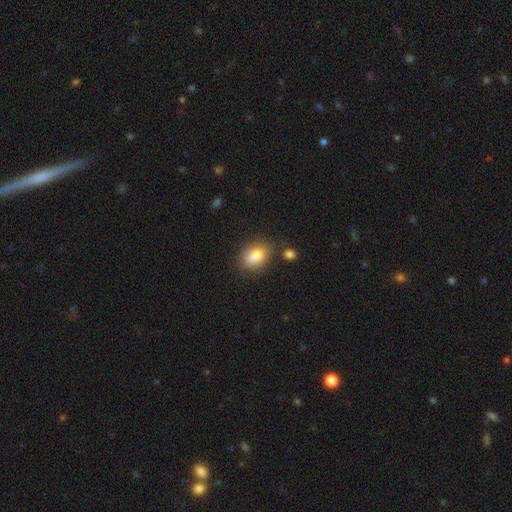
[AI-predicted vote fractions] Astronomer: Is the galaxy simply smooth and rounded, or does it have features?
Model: smooth — 82%.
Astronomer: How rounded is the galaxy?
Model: in between — 76%.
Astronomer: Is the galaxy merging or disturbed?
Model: none — 72%.